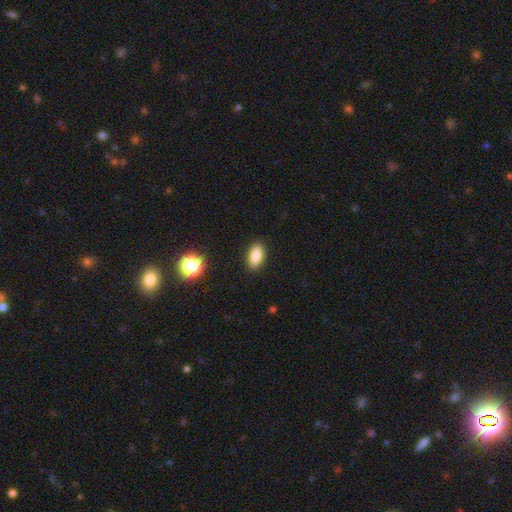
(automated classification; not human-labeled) Smooth or featured?
  - smooth: 85% *
  - star or artifact: 9%
  - featured or disk: 6%
How rounded?
  - in between: 90% *
  - cigar-shaped: 6%
  - round: 5%
Merging?
  - none: 89% *
  - minor disturbance: 7%
  - major disturbance: 2%
  - merger: 1%